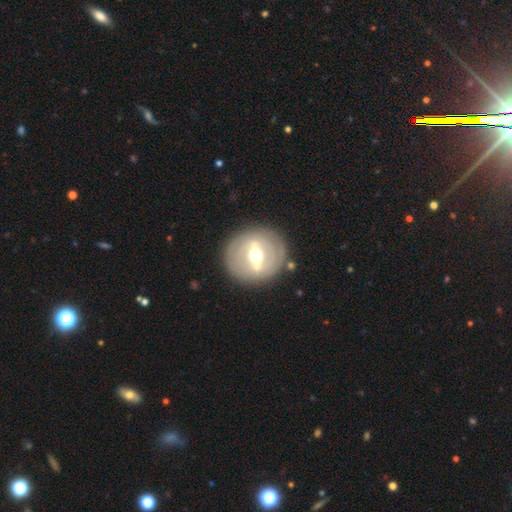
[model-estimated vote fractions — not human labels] Smooth or featured?
  - featured or disk: 75% *
  - smooth: 19%
  - star or artifact: 6%
Edge-on disk?
  - no: 82% *
  - yes: 18%
Bar?
  - strong: 69% *
  - weak: 23%
  - no: 7%
Spiral arms?
  - no: 69% *
  - yes: 31%
Bulge size?
  - moderate: 74% *
  - large: 13%
  - small: 11%
  - dominant: 1%
  - none: 1%
Merging?
  - none: 84% *
  - minor disturbance: 9%
  - major disturbance: 4%
  - merger: 2%